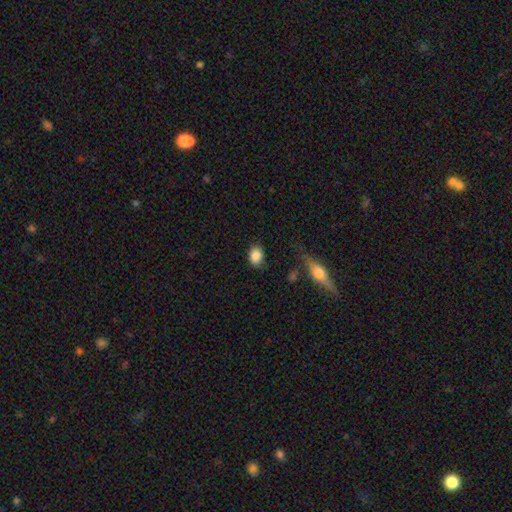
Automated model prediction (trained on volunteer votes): A smooth galaxy with no disk features (86%) that is in between round and cigar-shaped (63%). Merging: none (77%).